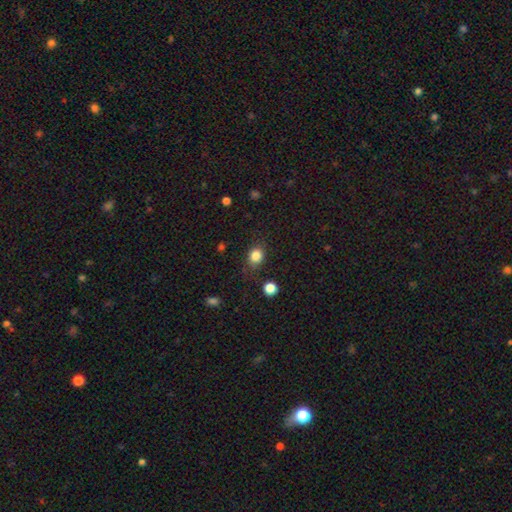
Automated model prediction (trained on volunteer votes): Q: Smooth or featured?
A: smooth (84%); runner-up: star or artifact (11%)
Q: How rounded?
A: round (58%); runner-up: in between (41%)
Q: Merging?
A: none (77%); runner-up: minor disturbance (15%)